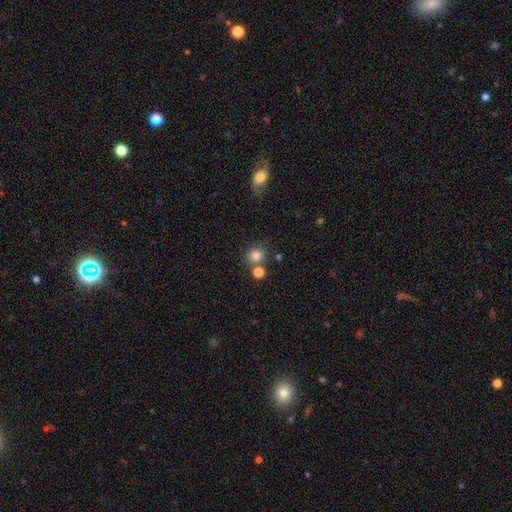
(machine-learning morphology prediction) The model was most divided on "merging": none: 70%, merger: 17%, minor disturbance: 9%, major disturbance: 4%. More confident: how rounded — round (86%); smooth or featured — smooth (82%).